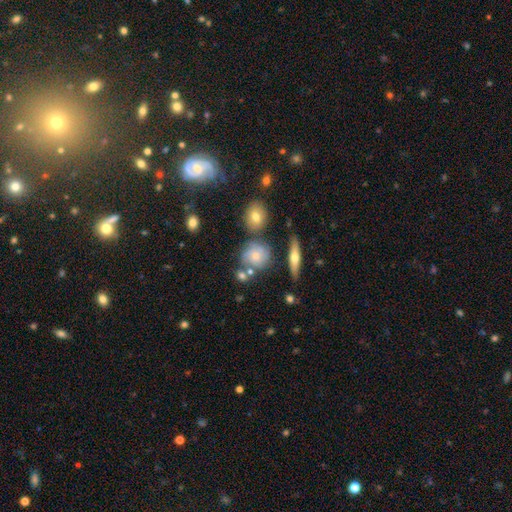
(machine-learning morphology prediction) Smooth or featured?
  - featured or disk: 54% *
  - smooth: 36%
  - star or artifact: 10%
Edge-on disk?
  - no: 91% *
  - yes: 9%
Merging?
  - none: 62% *
  - minor disturbance: 19%
  - merger: 12%
  - major disturbance: 7%